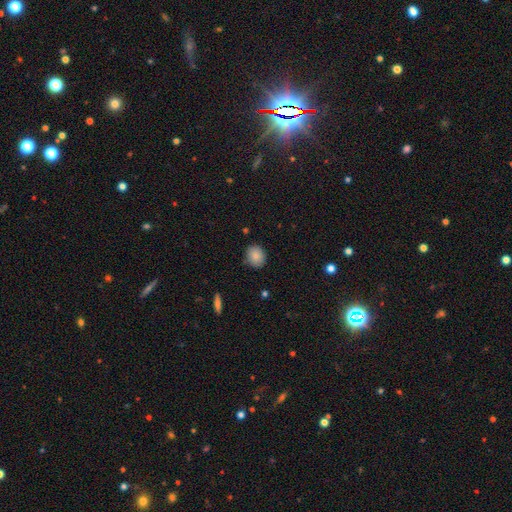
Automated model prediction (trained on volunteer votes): Morphology: type=smooth (86%); roundness=round (69%); merging=none (85%).